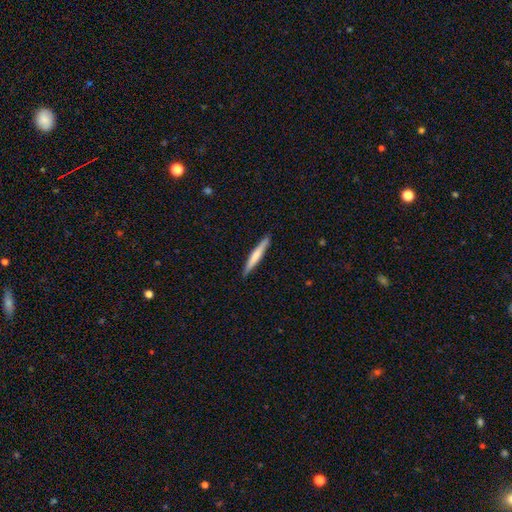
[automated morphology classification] Q: Smooth or featured?
A: smooth (59%); runner-up: featured or disk (36%)
Q: How rounded?
A: cigar-shaped (95%); runner-up: in between (3%)
Q: Merging?
A: none (90%); runner-up: minor disturbance (8%)